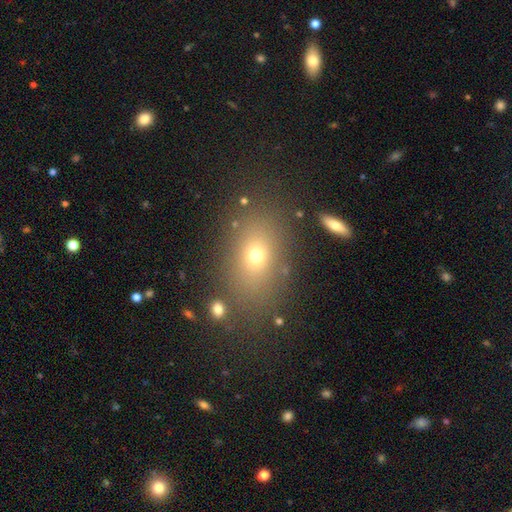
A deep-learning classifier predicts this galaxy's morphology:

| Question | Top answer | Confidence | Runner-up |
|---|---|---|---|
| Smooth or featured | smooth | 67% | star or artifact (18%) |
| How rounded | in between | 72% | round (25%) |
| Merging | none | 80% | minor disturbance (11%) |